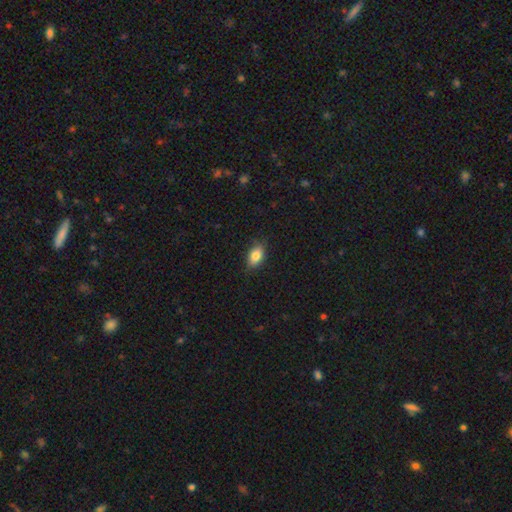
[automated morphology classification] This is clearly a smooth galaxy (81%). How rounded: clearly in between (86%). Merging: likely none (78%).